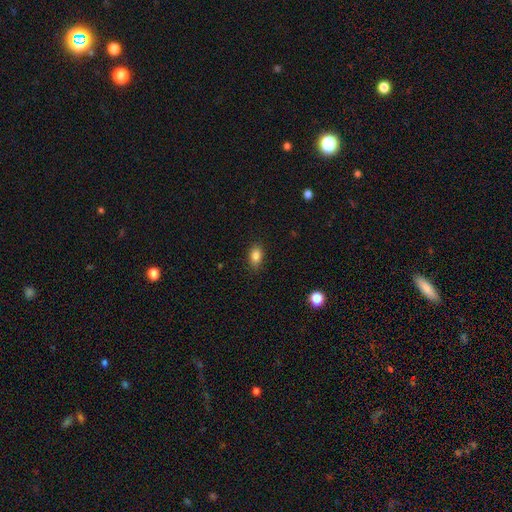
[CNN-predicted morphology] Smooth or featured? Predicted: smooth (p=0.85). How rounded? Predicted: in between (p=0.83). Merging? Predicted: none (p=0.86).